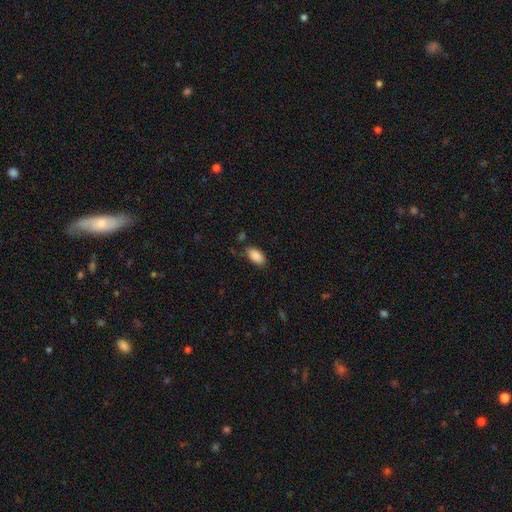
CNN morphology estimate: Smooth or featured? Predicted: smooth (p=0.89). How rounded? Predicted: in between (p=0.94). Merging? Predicted: none (p=0.74).